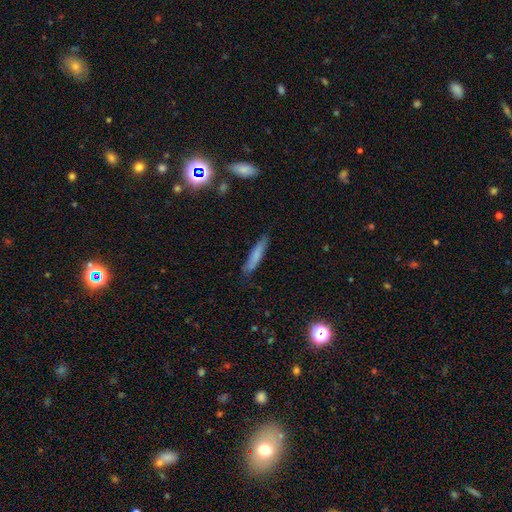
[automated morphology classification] smooth 71%, featured or disk 22%, star or artifact 8%. Down the decision tree: how rounded — cigar-shaped (89%); merging — none (80%).